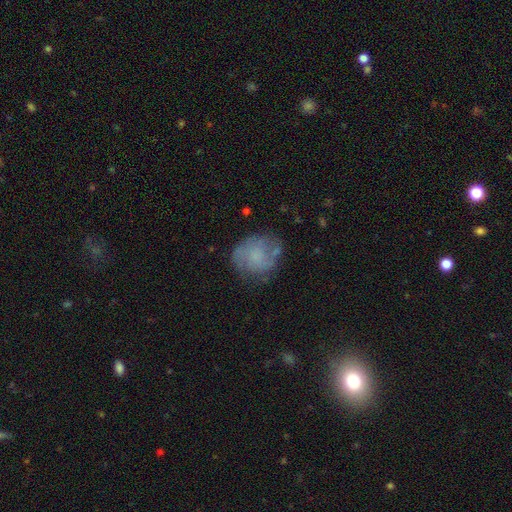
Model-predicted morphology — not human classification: A smooth galaxy with no disk features (47%).

Vote fractions:
- Smooth or featured? smooth: 47% / featured or disk: 44% / star or artifact: 9%
- Merging? none: 61% / minor disturbance: 23% / major disturbance: 13% / merger: 3%